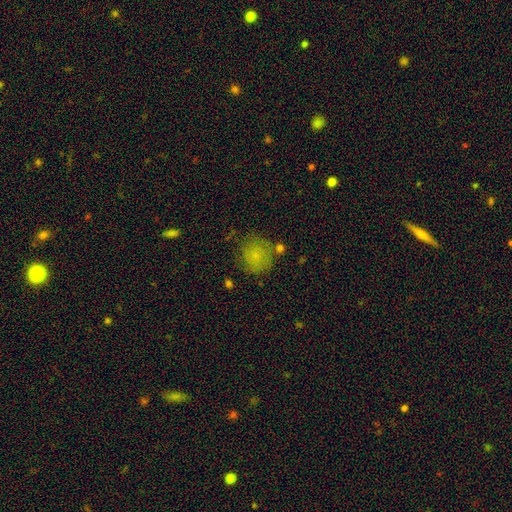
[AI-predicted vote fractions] This appears to be a smooth galaxy with no disk features (75%) that is round (84%). Merging: none (68%).